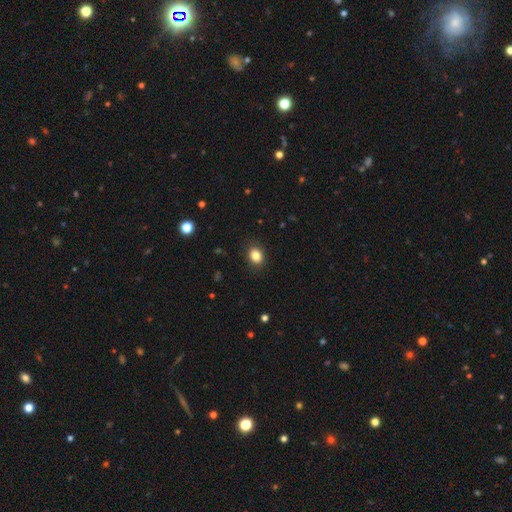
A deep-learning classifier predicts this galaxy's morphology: type=smooth (84%); roundness=in between (56%); merging=none (88%).